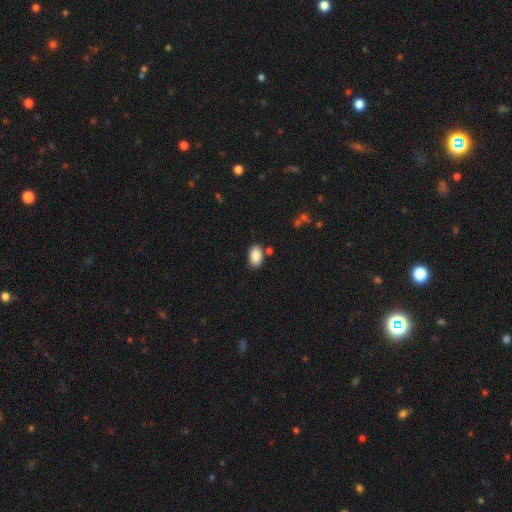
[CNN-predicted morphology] type=smooth (88%); roundness=in between (92%); merging=none (81%).